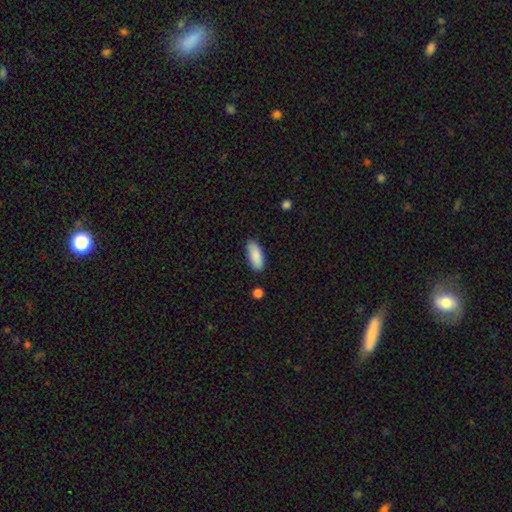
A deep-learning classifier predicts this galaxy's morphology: smooth-or-featured: smooth: 88% | featured or disk: 6% | star or artifact: 6%
  how-rounded: in between: 84% | cigar-shaped: 14% | round: 2%
  merging: none: 85% | minor disturbance: 11% | major disturbance: 2% | merger: 2%